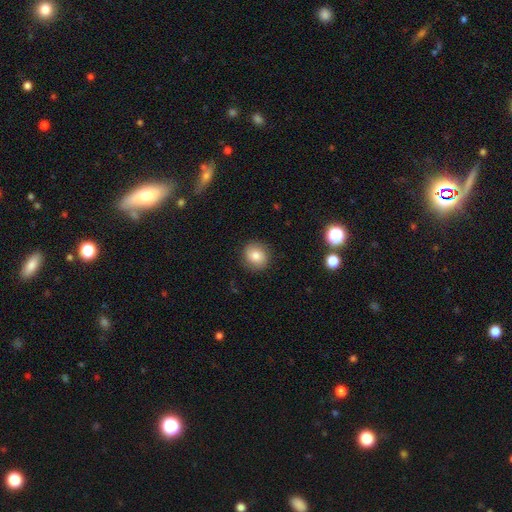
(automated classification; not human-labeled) Smooth or featured?
  - smooth: 79% *
  - featured or disk: 12%
  - star or artifact: 9%
How rounded?
  - round: 81% *
  - in between: 18%
  - cigar-shaped: 1%
Merging?
  - none: 87% *
  - minor disturbance: 9%
  - major disturbance: 3%
  - merger: 1%